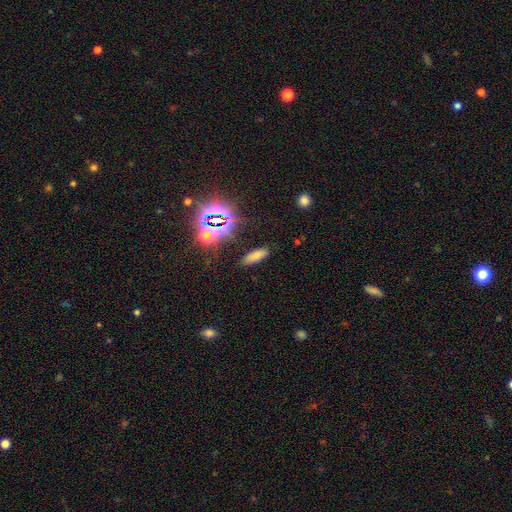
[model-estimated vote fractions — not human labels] A smooth galaxy with no disk features (69%) that is in between round and cigar-shaped (58%).

Vote fractions:
- Smooth or featured? smooth: 69% / star or artifact: 23% / featured or disk: 9%
- How rounded? in between: 58% / cigar-shaped: 38% / round: 4%
- Merging? none: 86% / minor disturbance: 9% / major disturbance: 3% / merger: 2%